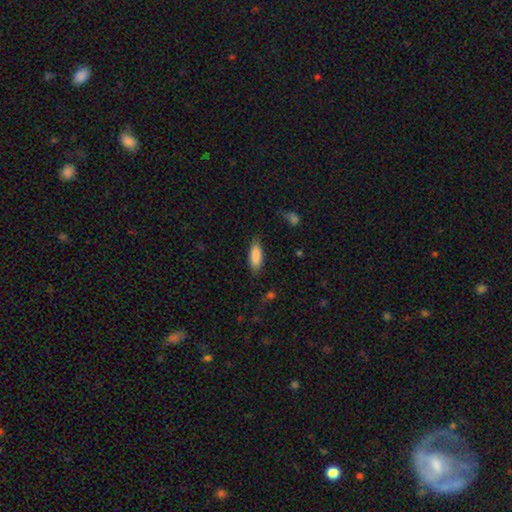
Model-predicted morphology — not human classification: Overall: smooth (88%). How rounded: in between (71%). Merging: none (79%).